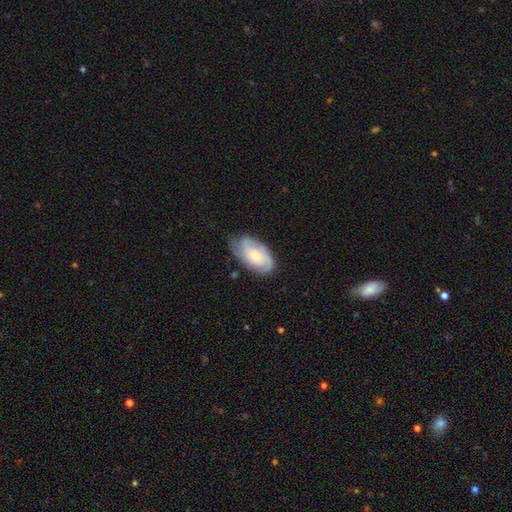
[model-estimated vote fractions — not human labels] smooth-or-featured: featured or disk: 68% | smooth: 26% | star or artifact: 6%
  disk-edge-on: no: 96% | yes: 4%
    bar: no: 74% | weak: 22% | strong: 4%
    has-spiral-arms: yes: 92% | no: 8%
      spiral-winding: tight: 56% | medium: 34% | loose: 10%
      spiral-arm-count: 2: 39% | can't tell: 29% | 3: 19% | 1: 5% | 4: 4% | more than 4: 3%
    bulge-size: small: 61% | moderate: 32% | none: 3% | large: 3% | dominant: 1%
  merging: none: 65% | minor disturbance: 26% | major disturbance: 8% | merger: 1%